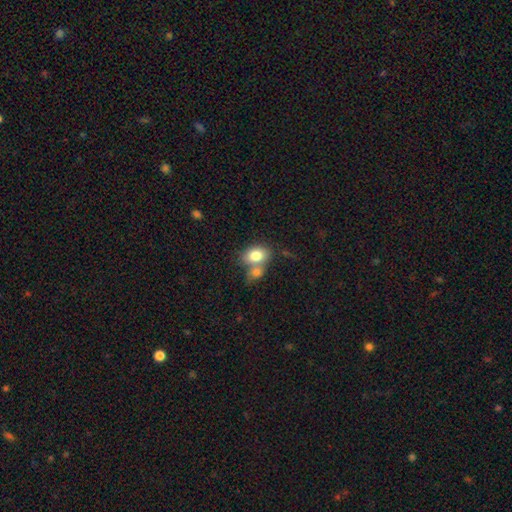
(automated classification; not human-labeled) This appears to be a smooth galaxy with no disk features (79%) that is in between round and cigar-shaped (71%). Merging: merger (47%).